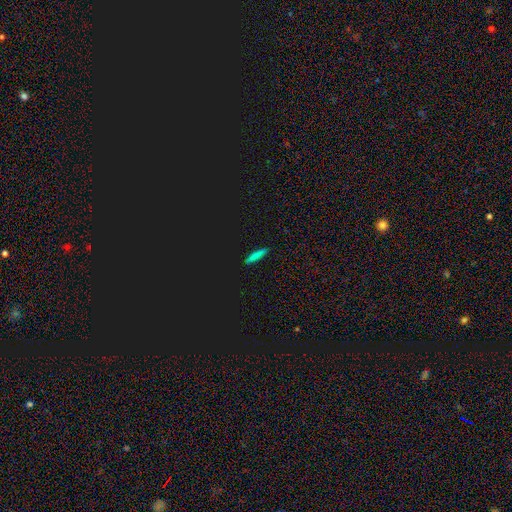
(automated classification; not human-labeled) This is likely a smooth galaxy (66%). How rounded: clearly cigar-shaped (86%). Merging: clearly none (90%).